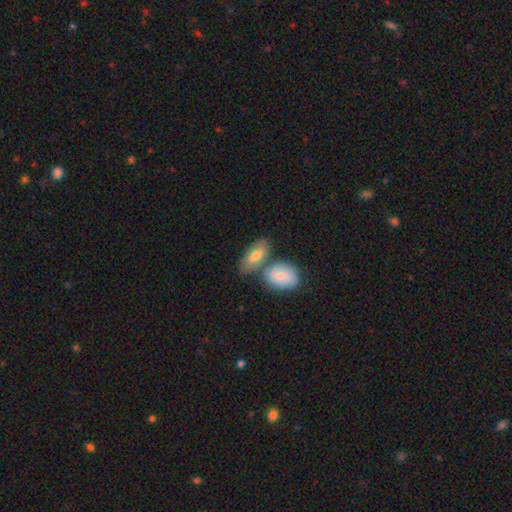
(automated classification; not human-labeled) This appears to be a smooth galaxy with no disk features (68%) that is in between round and cigar-shaped (84%). Merging: none (50%).